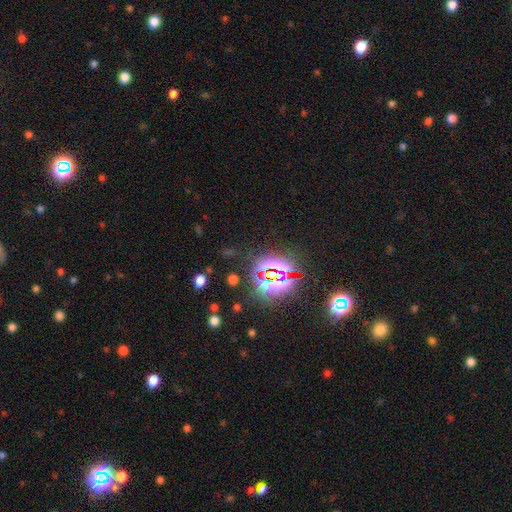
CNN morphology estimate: Overall: star or artifact (82%).